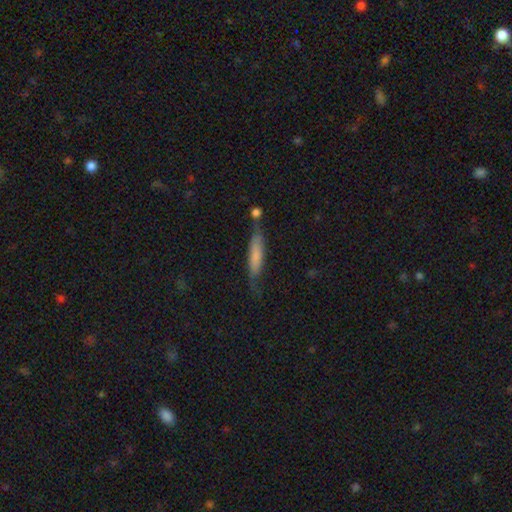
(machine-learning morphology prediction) Smooth or featured: smooth — 65% (featured or disk — 29%)
How rounded: cigar-shaped — 84% (in between — 14%)
Merging: none — 58% (minor disturbance — 25%)